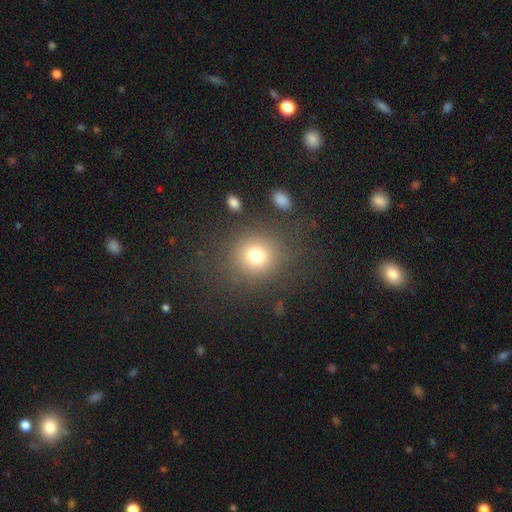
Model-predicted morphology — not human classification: smooth-or-featured: smooth: 77% | star or artifact: 14% | featured or disk: 9%
  how-rounded: round: 85% | in between: 14% | cigar-shaped: 1%
  merging: none: 81% | minor disturbance: 10% | major disturbance: 7% | merger: 3%